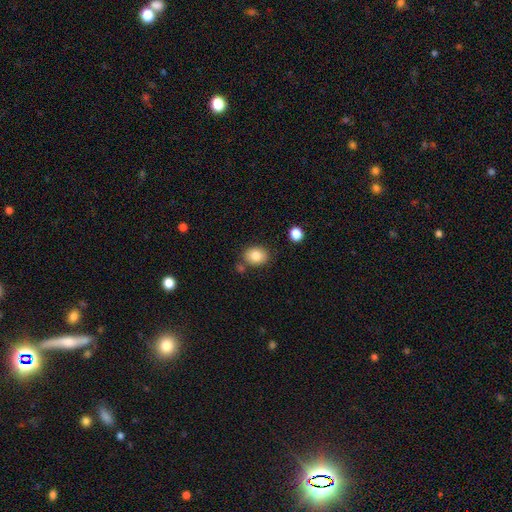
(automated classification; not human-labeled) Smooth or featured? Predicted: smooth (p=0.83). How rounded? Predicted: in between (p=0.51). Merging? Predicted: none (p=0.77).